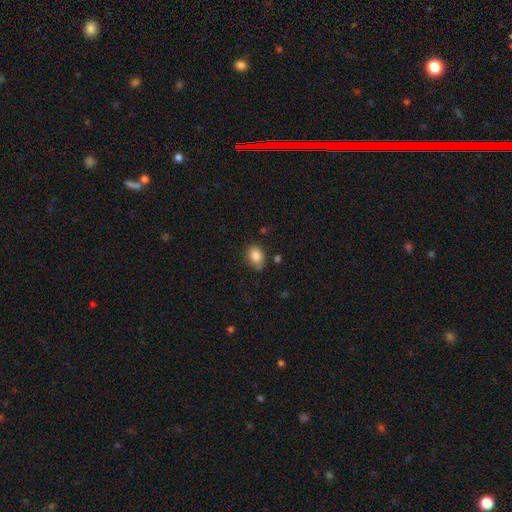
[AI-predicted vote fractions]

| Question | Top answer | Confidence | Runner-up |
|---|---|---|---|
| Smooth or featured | smooth | 86% | star or artifact (9%) |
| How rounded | in between | 70% | round (29%) |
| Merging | none | 72% | minor disturbance (20%) |